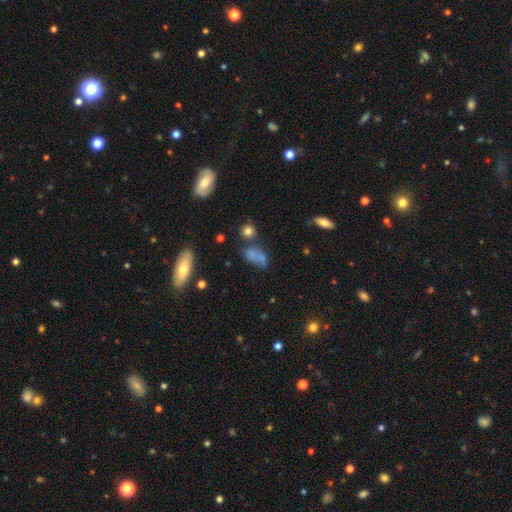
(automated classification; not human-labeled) A smooth galaxy with no disk features (67%) that is in between round and cigar-shaped (76%).

Vote fractions:
- Smooth or featured? smooth: 67% / featured or disk: 17% / star or artifact: 16%
- How rounded? in between: 76% / round: 14% / cigar-shaped: 10%
- Merging? none: 40% / minor disturbance: 23% / merger: 21% / major disturbance: 16%